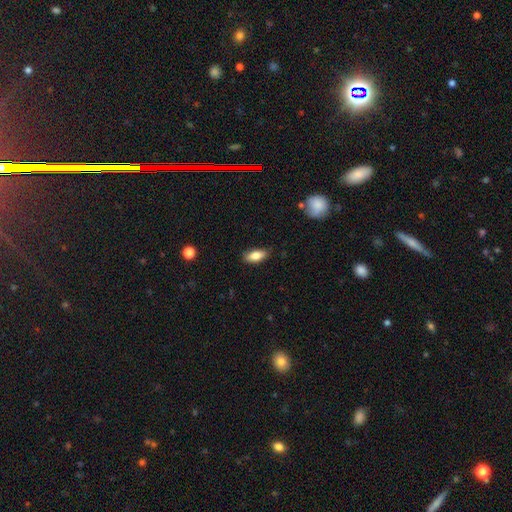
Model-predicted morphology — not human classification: type=smooth (81%); roundness=in between (83%); merging=none (84%).